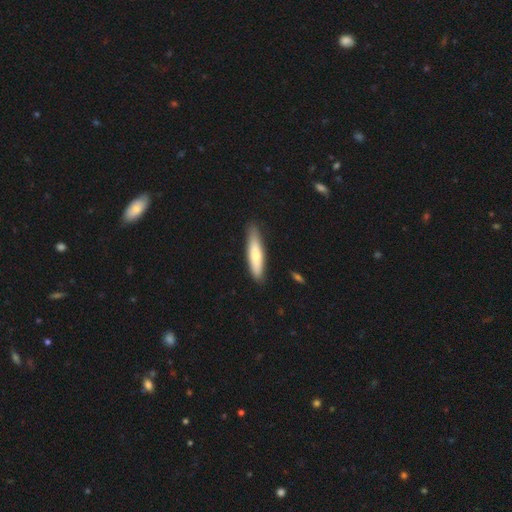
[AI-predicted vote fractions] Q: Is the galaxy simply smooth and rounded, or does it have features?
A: smooth — 66%.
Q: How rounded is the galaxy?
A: cigar-shaped — 76%.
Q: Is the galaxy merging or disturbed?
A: none — 84%.